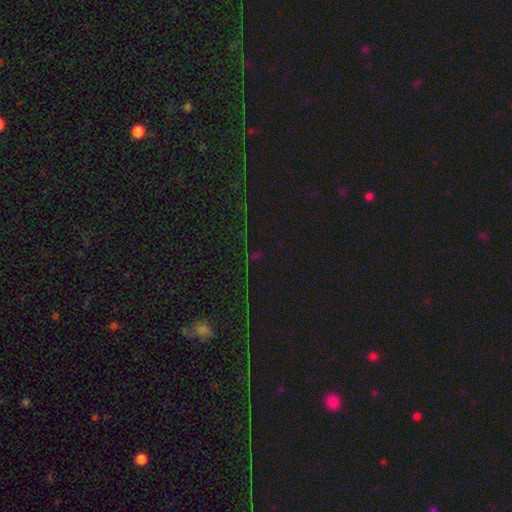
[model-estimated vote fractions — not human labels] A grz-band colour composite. It shows a star or artifact, not a galaxy (79%).